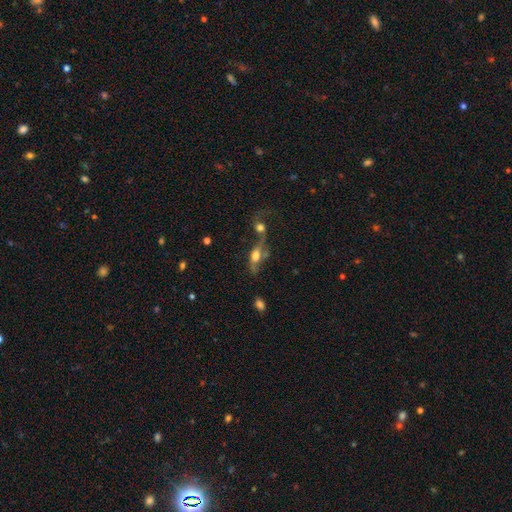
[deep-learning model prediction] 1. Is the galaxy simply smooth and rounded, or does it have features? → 45% featured or disk, 44% smooth, 11% star or artifact.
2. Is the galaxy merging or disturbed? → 48% merger, 24% none, 16% major disturbance, 12% minor disturbance.